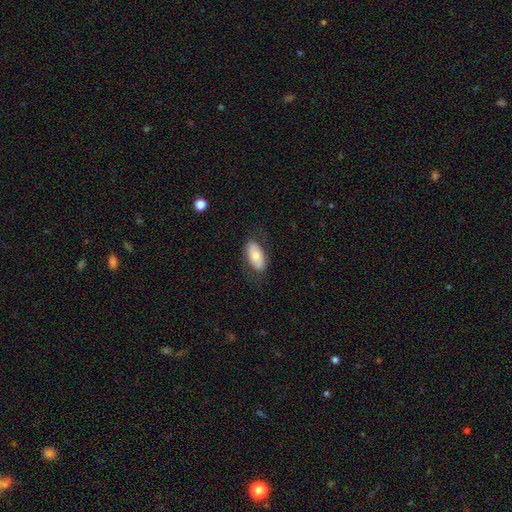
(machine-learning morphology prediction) smooth-or-featured: smooth: 67% | featured or disk: 27% | star or artifact: 6%
  how-rounded: in between: 92% | cigar-shaped: 5% | round: 3%
  merging: none: 77% | minor disturbance: 16% | major disturbance: 6% | merger: 1%